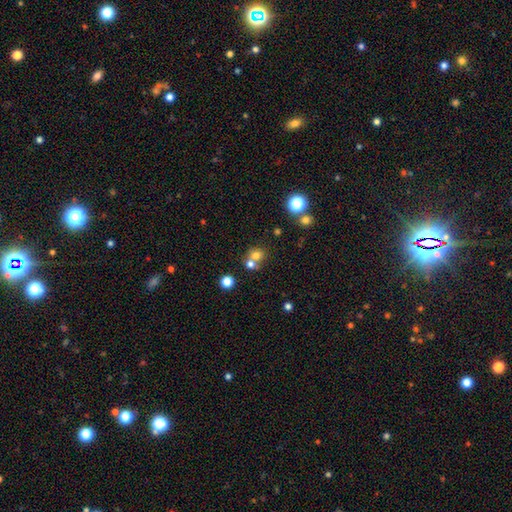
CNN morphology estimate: Overall: smooth (72%). How rounded: round (78%). Merging: merger (48%; none 43%).